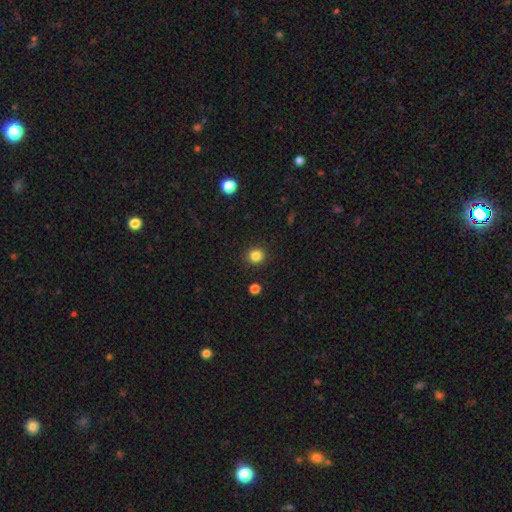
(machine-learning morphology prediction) This is clearly a smooth galaxy (84%). How rounded: clearly round (86%). Merging: clearly none (90%).